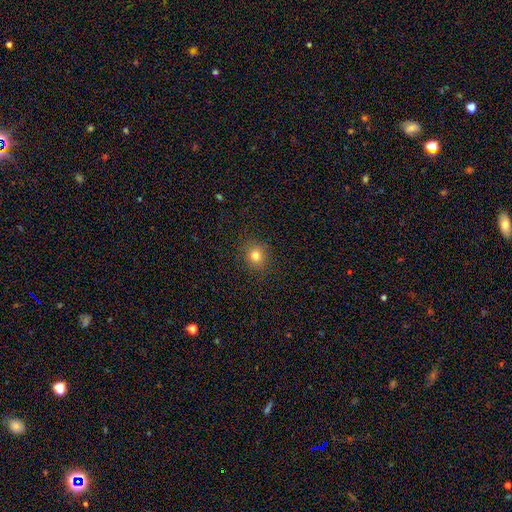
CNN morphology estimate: smooth 77%, star or artifact 16%, featured or disk 7%. Down the decision tree: how rounded — round (86%); merging — none (89%).